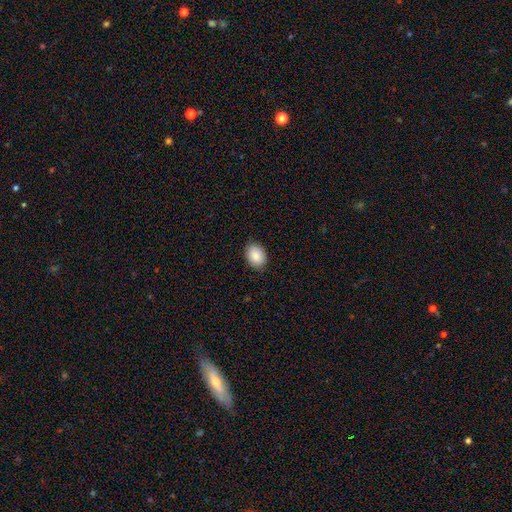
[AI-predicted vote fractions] smooth 89%, star or artifact 7%, featured or disk 4%. Down the decision tree: how rounded — in between (70%); merging — none (87%).